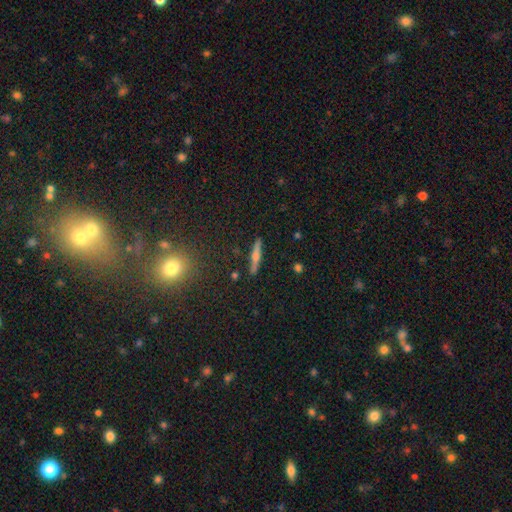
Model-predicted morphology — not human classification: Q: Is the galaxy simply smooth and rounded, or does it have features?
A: featured or disk — 49%.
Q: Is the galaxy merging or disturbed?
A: none — 88%.